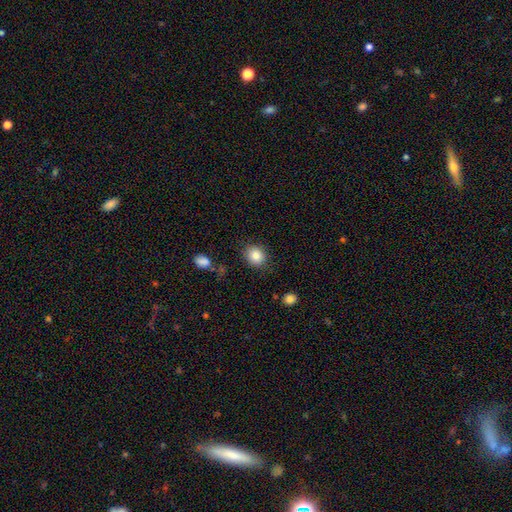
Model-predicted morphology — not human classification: This appears to be a smooth galaxy with no disk features (81%) that is round (69%). Merging: none (84%).